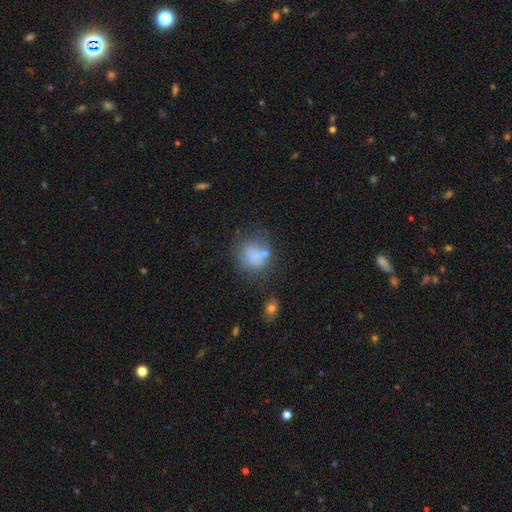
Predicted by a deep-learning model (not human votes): smooth 69%, featured or disk 19%, star or artifact 12%. Down the decision tree: how rounded — round (66%); merging — none (44%).